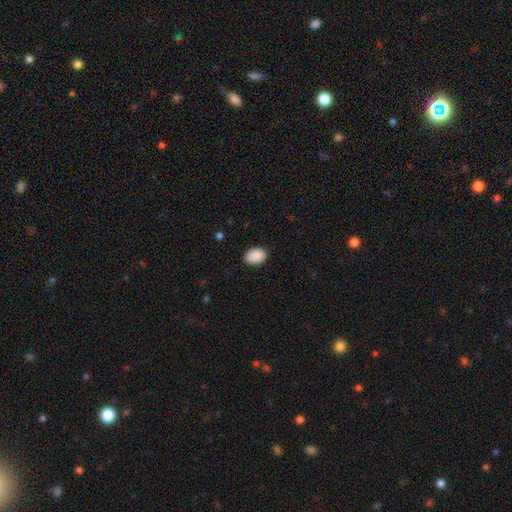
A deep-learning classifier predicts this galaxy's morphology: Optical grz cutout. It shows a smooth galaxy with no disk features (90%) that is in between round and cigar-shaped (82%). Merging: none (87%).